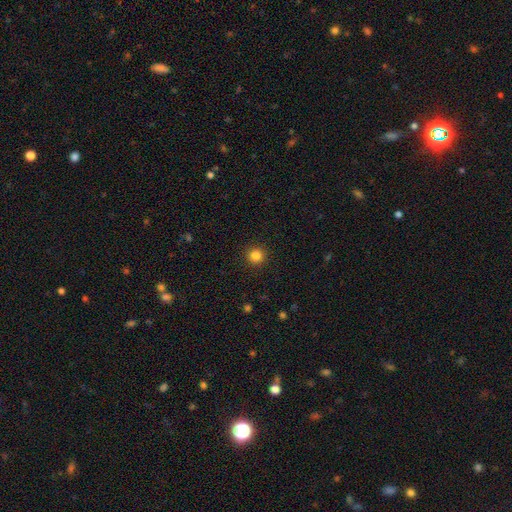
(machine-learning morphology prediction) smooth_or_featured: smooth (p=0.83) [alt: star or artifact p=0.12]
how_rounded: round (p=0.95) [alt: in between p=0.04]
merging: none (p=0.92) [alt: minor disturbance p=0.05]